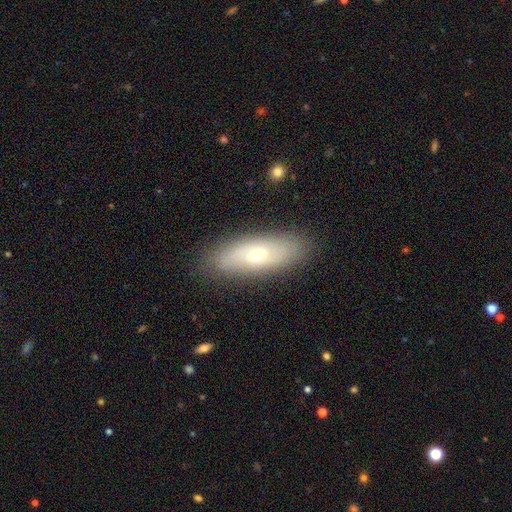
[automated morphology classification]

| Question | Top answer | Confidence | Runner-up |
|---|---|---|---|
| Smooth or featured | smooth | 48% | featured or disk (45%) |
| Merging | none | 85% | minor disturbance (11%) |